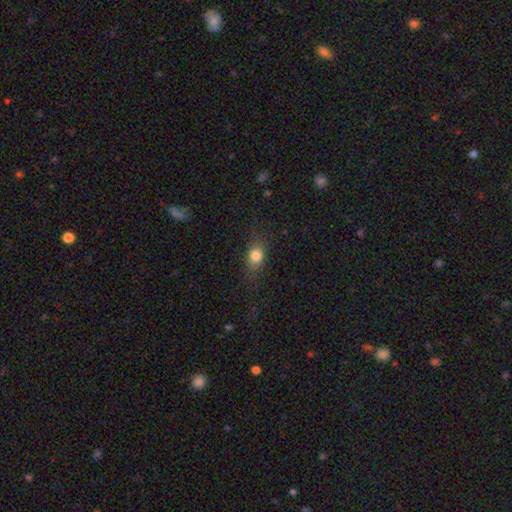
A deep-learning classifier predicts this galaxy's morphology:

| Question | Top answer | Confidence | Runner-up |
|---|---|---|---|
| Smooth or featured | smooth | 78% | star or artifact (11%) |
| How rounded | in between | 52% | round (42%) |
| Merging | none | 74% | minor disturbance (17%) |